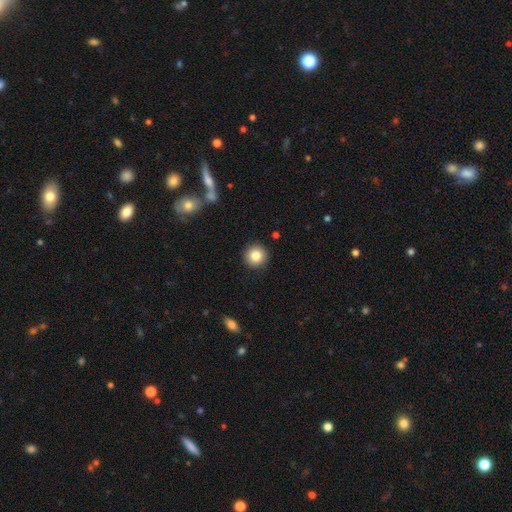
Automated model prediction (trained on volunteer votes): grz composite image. It shows a smooth galaxy with no disk features (84%) that is round (95%). Merging: none (92%).